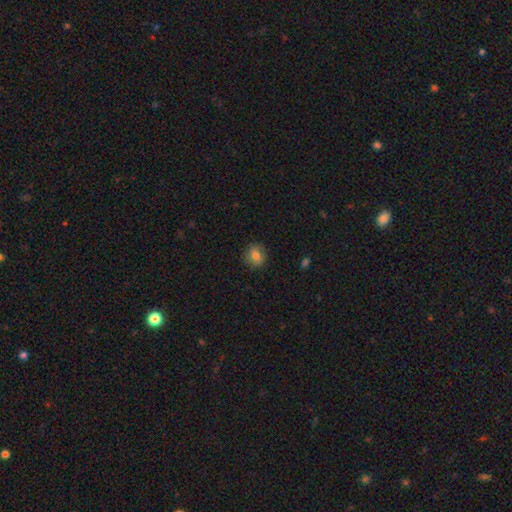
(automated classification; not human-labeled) Smooth or featured: smooth — 80% (star or artifact — 10%)
How rounded: round — 66% (in between — 33%)
Merging: none — 85% (minor disturbance — 11%)